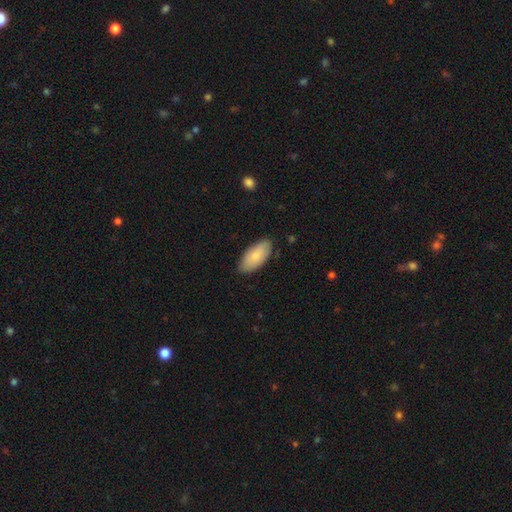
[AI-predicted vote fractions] This is likely a smooth galaxy (76%). How rounded: clearly in between (93%). Merging: clearly none (81%).